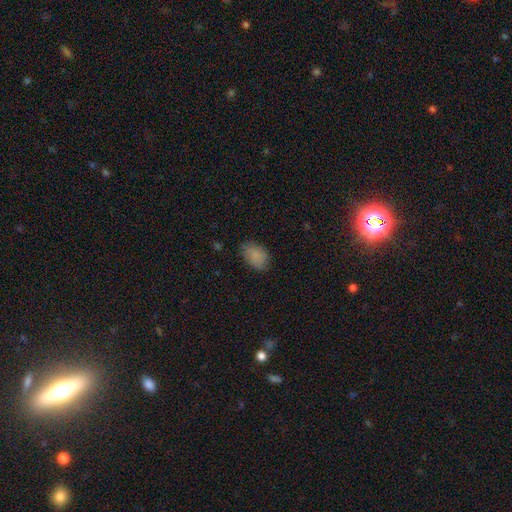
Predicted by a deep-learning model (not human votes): smooth-or-featured: smooth: 86% | star or artifact: 8% | featured or disk: 6%
  how-rounded: in between: 84% | round: 14% | cigar-shaped: 1%
  merging: none: 78% | minor disturbance: 17% | major disturbance: 4% | merger: 1%